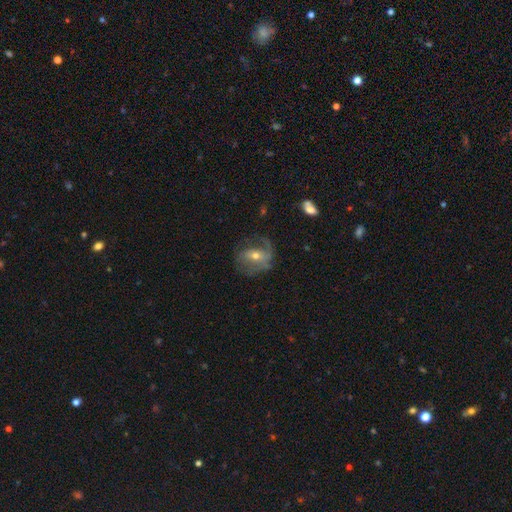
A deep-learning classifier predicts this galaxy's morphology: Q: Smooth or featured?
A: featured or disk (70%); runner-up: smooth (22%)
Q: Edge-on disk?
A: no (96%); runner-up: yes (4%)
Q: Bar?
A: no (42%); runner-up: weak (37%)
Q: Spiral arms?
A: yes (83%); runner-up: no (17%)
Q: Spiral winding?
A: medium (40%); runner-up: loose (38%)
Q: Spiral arm count?
A: 2 (41%); runner-up: 1 (36%)
Q: Bulge size?
A: moderate (51%); runner-up: small (44%)
Q: Merging?
A: none (48%); runner-up: major disturbance (28%)